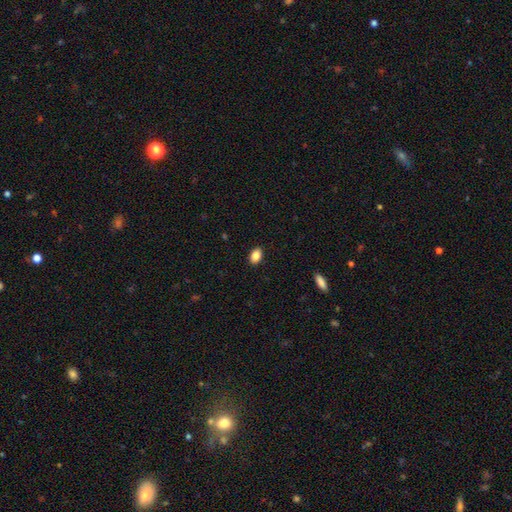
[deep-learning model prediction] The model was most divided on "how rounded": in between: 87%, round: 11%, cigar-shaped: 2%. More confident: merging — none (89%); smooth or featured — smooth (86%).